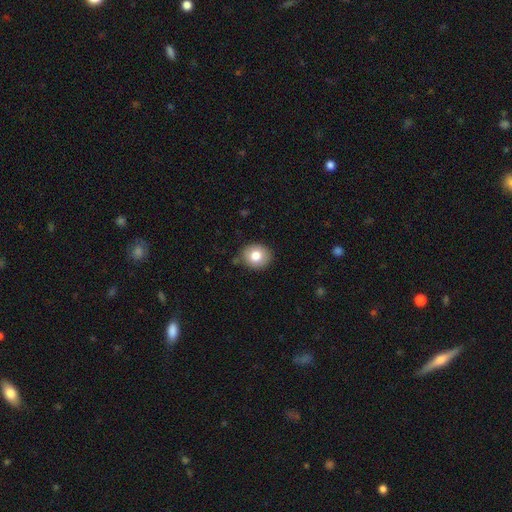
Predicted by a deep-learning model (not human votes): Q: Smooth or featured?
A: smooth (80%); runner-up: featured or disk (11%)
Q: How rounded?
A: round (74%); runner-up: in between (25%)
Q: Merging?
A: none (84%); runner-up: minor disturbance (12%)